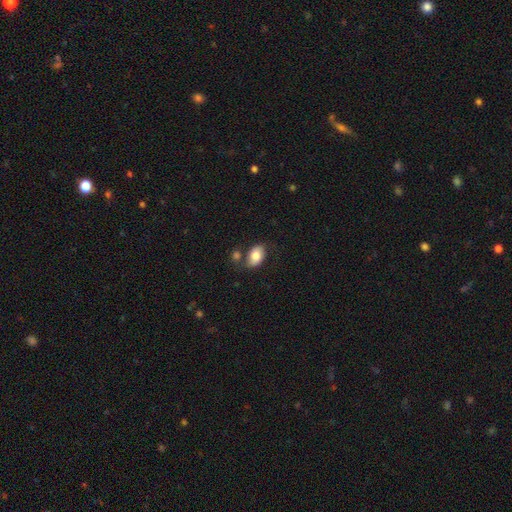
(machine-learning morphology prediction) type=smooth (77%); roundness=in between (88%); merging=none (64%).